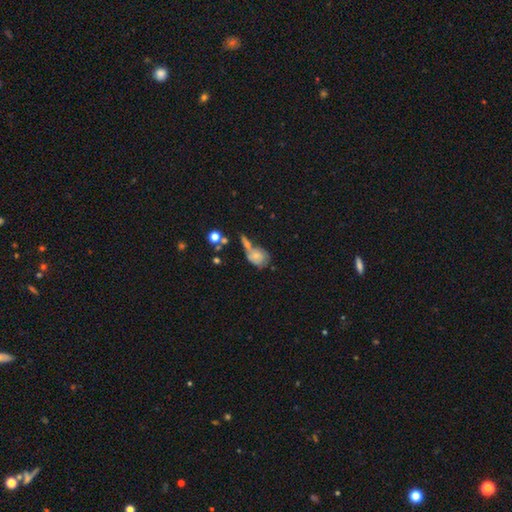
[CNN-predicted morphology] Smooth or featured? smooth (58%)
How rounded? round (51%)
Merging? merger (43%)